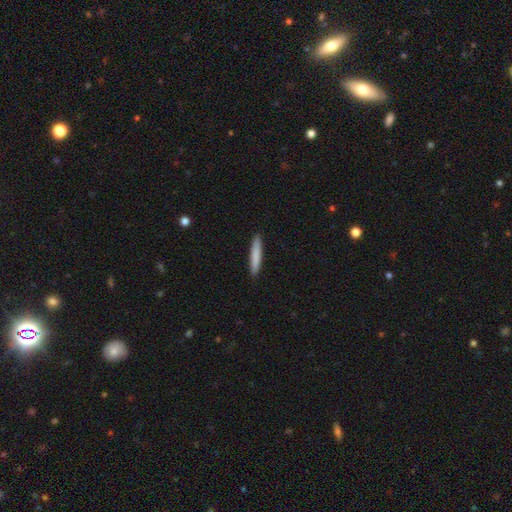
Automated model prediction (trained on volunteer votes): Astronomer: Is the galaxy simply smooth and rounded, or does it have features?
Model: smooth — 82%.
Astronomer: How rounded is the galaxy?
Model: cigar-shaped — 93%.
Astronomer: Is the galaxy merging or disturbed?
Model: none — 91%.